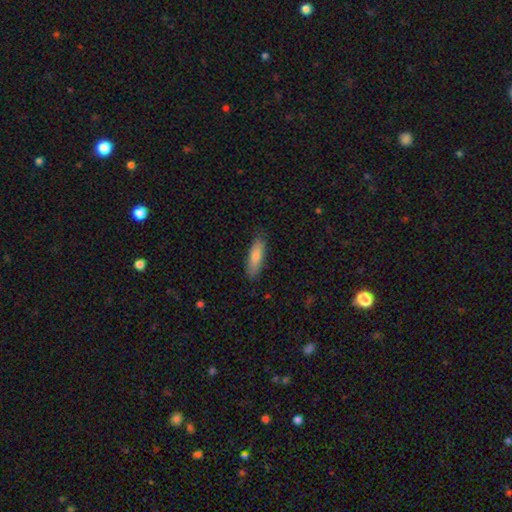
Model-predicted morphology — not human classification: smooth_or_featured: smooth (p=0.79) [alt: featured or disk p=0.15]
how_rounded: cigar-shaped (p=0.61) [alt: in between p=0.38]
merging: none (p=0.85) [alt: minor disturbance p=0.12]